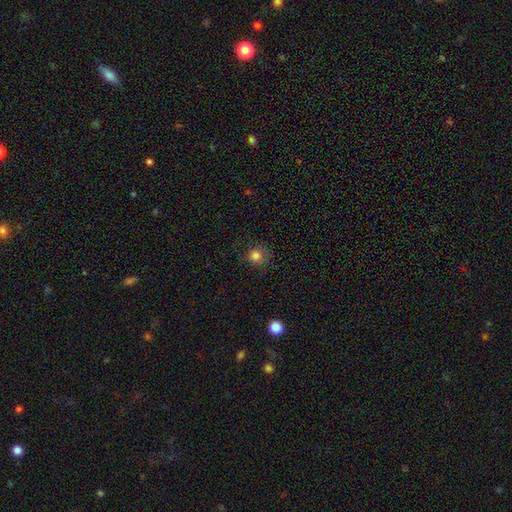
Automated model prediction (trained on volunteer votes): smooth_or_featured: smooth (p=0.82) [alt: star or artifact p=0.14]
how_rounded: round (p=0.90) [alt: in between p=0.09]
merging: none (p=0.81) [alt: minor disturbance p=0.13]